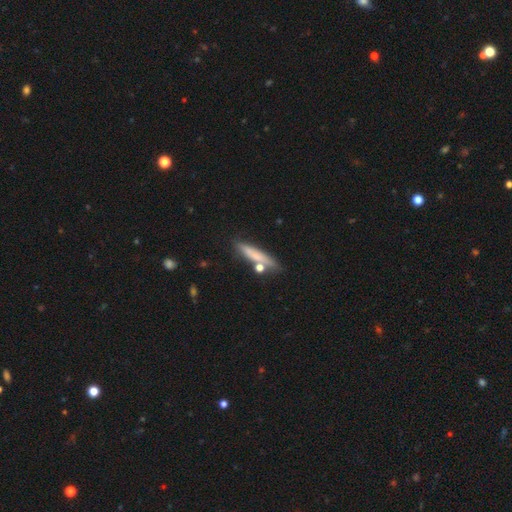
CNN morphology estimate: smooth-or-featured: smooth: 67% | featured or disk: 25% | star or artifact: 8%
  how-rounded: cigar-shaped: 84% | in between: 13% | round: 3%
  merging: none: 68% | minor disturbance: 16% | merger: 11% | major disturbance: 5%